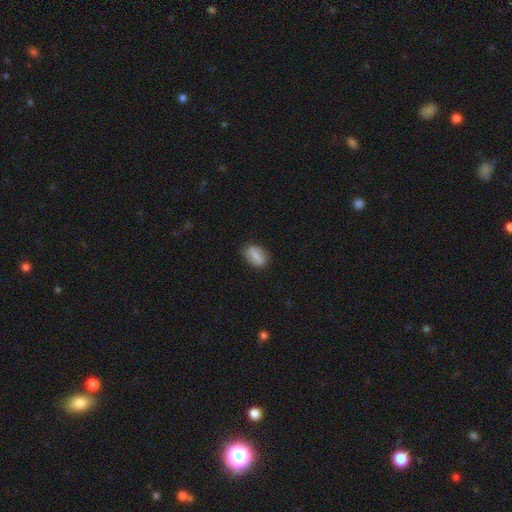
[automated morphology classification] Smooth or featured? smooth (75%)
How rounded? in between (84%)
Merging? none (82%)